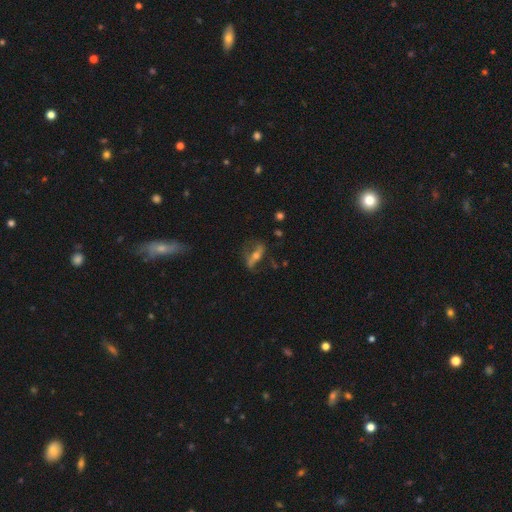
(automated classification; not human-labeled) Smooth or featured? featured or disk (65%)
Edge-on disk? no (52%)
Merging? none (60%)